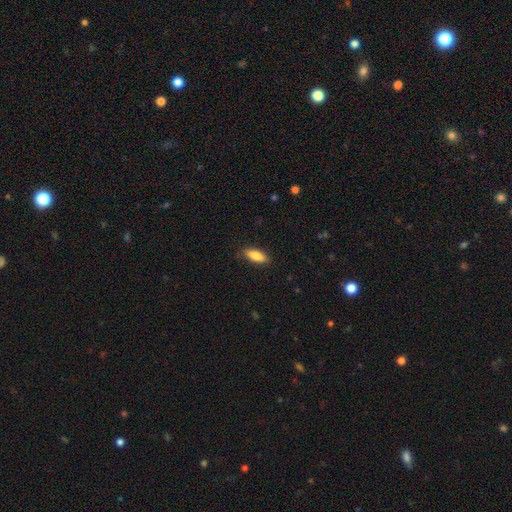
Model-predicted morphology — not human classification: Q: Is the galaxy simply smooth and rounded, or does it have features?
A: smooth — 84%.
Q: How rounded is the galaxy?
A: in between — 73%.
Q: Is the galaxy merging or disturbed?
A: none — 84%.